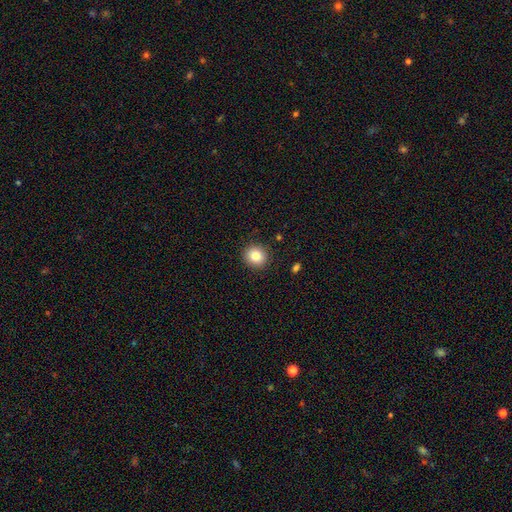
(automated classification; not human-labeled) Smooth or featured? smooth (85%)
How rounded? round (88%)
Merging? none (90%)